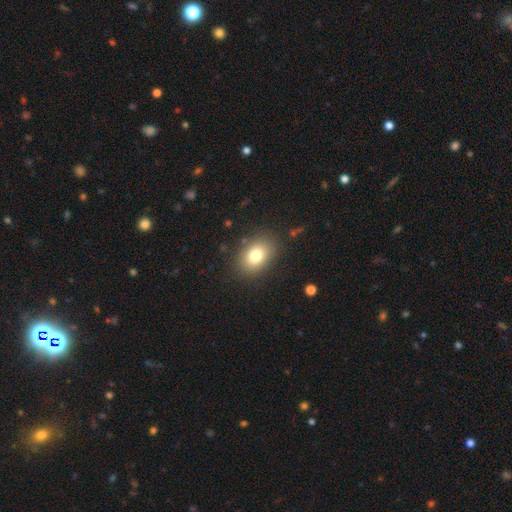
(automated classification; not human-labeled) Smooth or featured: smooth — 79% (featured or disk — 11%)
How rounded: in between — 77% (round — 22%)
Merging: none — 84% (minor disturbance — 10%)